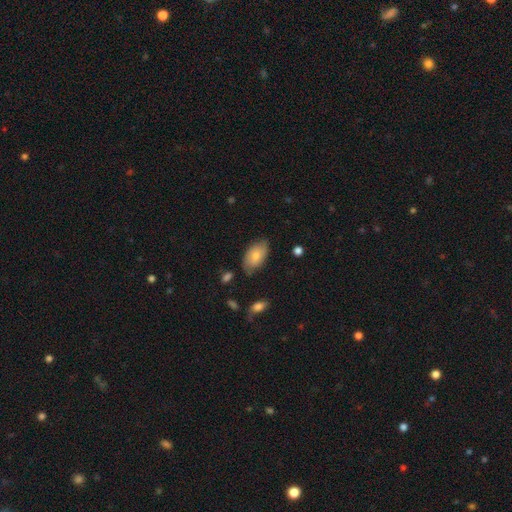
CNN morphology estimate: Smooth or featured? Predicted: smooth (p=0.71). How rounded? Predicted: in between (p=0.94). Merging? Predicted: none (p=0.71).